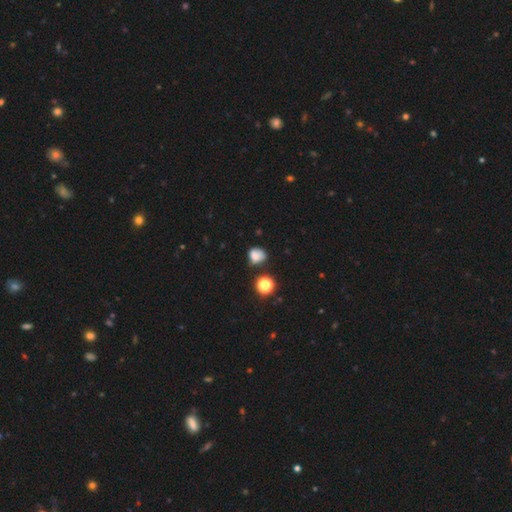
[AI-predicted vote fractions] This appears to be a smooth galaxy with no disk features (74%) that is round (63%). Merging: none (50%).